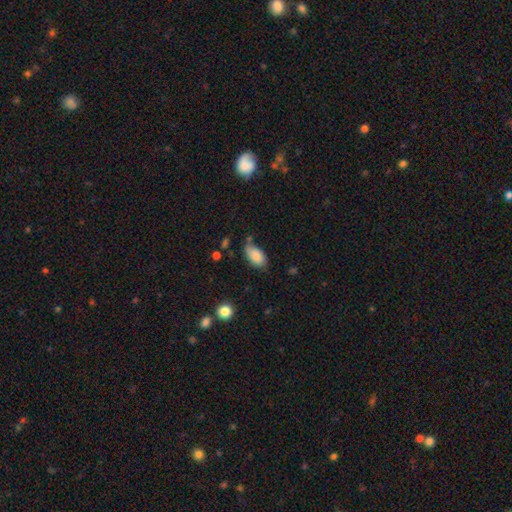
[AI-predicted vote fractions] smooth 81%, featured or disk 11%, star or artifact 8%. Down the decision tree: how rounded — in between (94%); merging — none (51%).